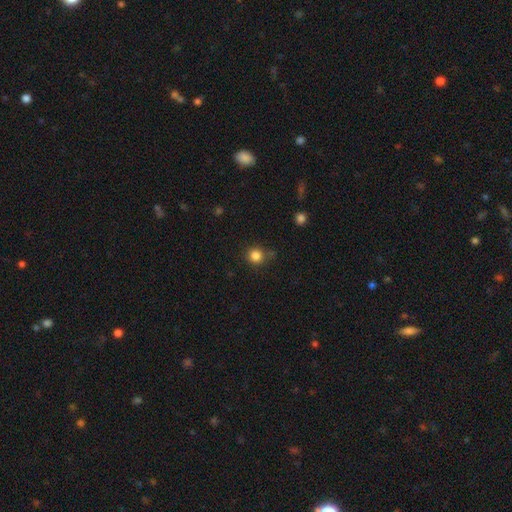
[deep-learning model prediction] Smooth or featured: smooth — 84% (star or artifact — 12%)
How rounded: round — 91% (in between — 8%)
Merging: none — 78% (minor disturbance — 14%)